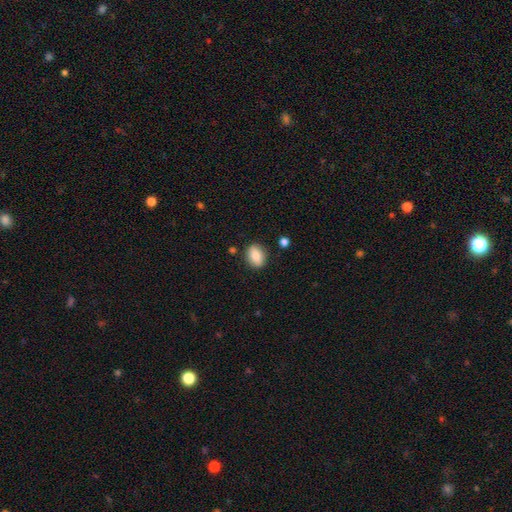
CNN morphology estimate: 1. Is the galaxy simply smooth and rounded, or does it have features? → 85% smooth, 8% featured or disk, 8% star or artifact.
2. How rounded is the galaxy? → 74% in between, 24% round, 2% cigar-shaped.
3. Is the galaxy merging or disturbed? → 85% none, 10% minor disturbance, 3% major disturbance, 2% merger.